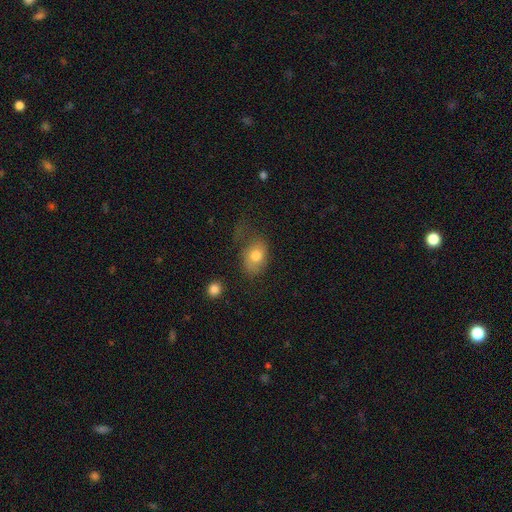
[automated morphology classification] This appears to be a smooth galaxy with no disk features (76%) that is in between round and cigar-shaped (73%). Merging: none (44%).